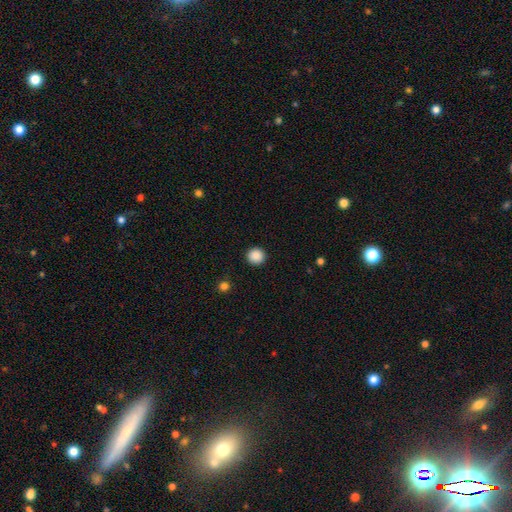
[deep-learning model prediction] A smooth galaxy with no disk features (88%) that is round (94%). Merging: none (92%).